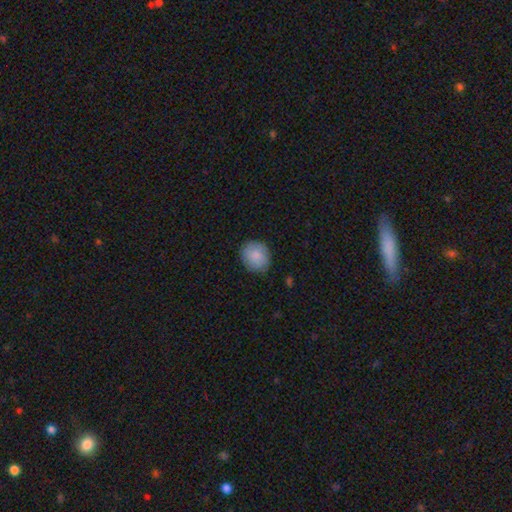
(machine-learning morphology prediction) This appears to be a smooth galaxy with no disk features (86%) that is round (75%). Merging: none (84%).